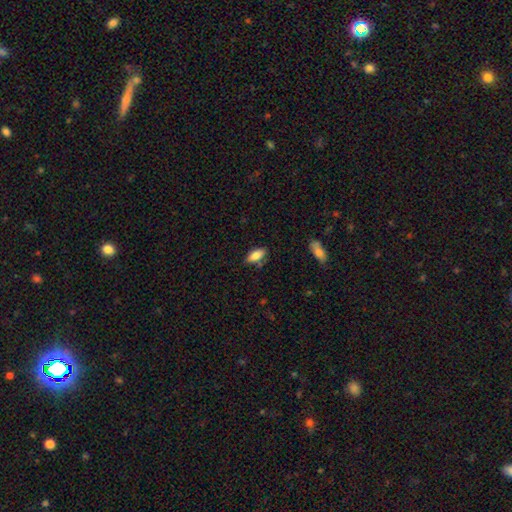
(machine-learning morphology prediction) This is clearly a smooth galaxy (82%). How rounded: clearly in between (85%). Merging: likely none (73%).